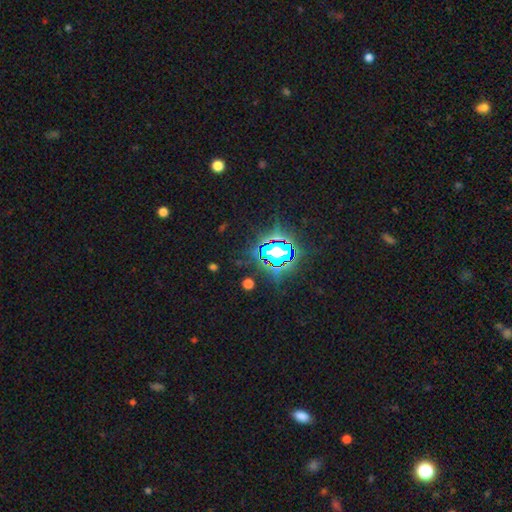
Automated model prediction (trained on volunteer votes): Smooth or featured? star or artifact (80%)